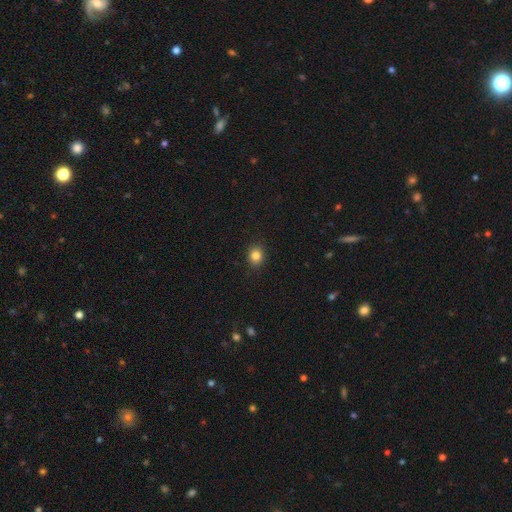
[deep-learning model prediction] Morphology: type=smooth (83%); roundness=round (76%); merging=none (91%).